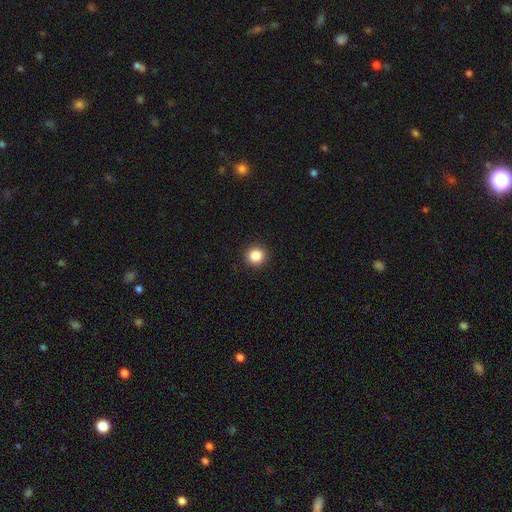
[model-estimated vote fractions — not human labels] Smooth or featured: smooth — 86% (star or artifact — 10%)
How rounded: round — 93% (in between — 6%)
Merging: none — 93% (minor disturbance — 5%)